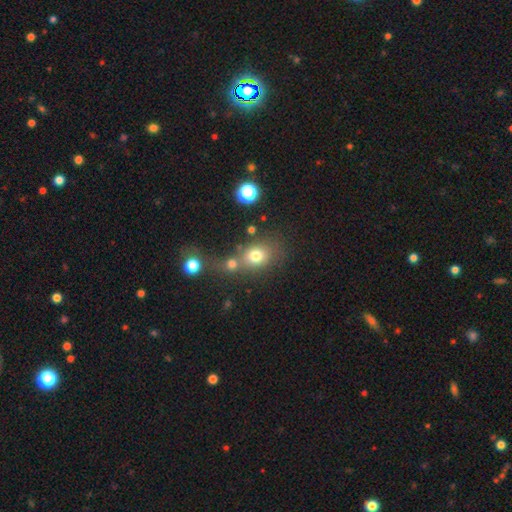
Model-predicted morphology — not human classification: Smooth or featured? smooth (74%)
How rounded? round (56%)
Merging? none (47%)